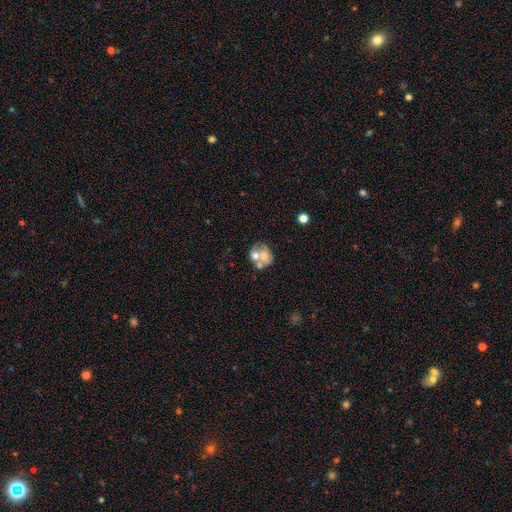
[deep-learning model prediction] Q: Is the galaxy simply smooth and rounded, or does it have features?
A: featured or disk — 46%.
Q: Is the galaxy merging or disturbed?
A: merger — 57%.